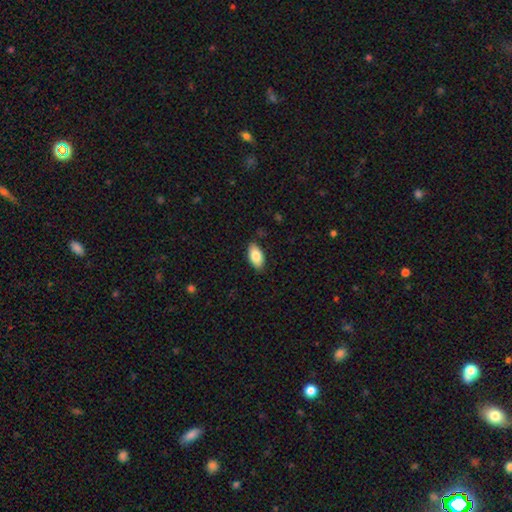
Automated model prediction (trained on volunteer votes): smooth_or_featured: smooth (p=0.84) [alt: featured or disk p=0.10]
how_rounded: in between (p=0.94) [alt: cigar-shaped p=0.03]
merging: none (p=0.85) [alt: minor disturbance p=0.11]